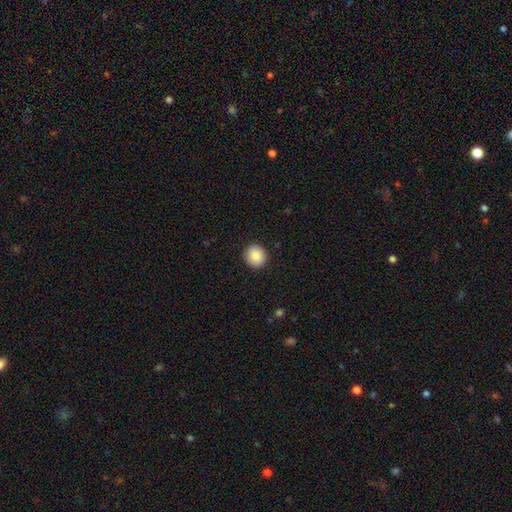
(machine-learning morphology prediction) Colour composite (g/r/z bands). It shows a smooth galaxy with no disk features (89%) that is round (84%). Merging: none (91%).